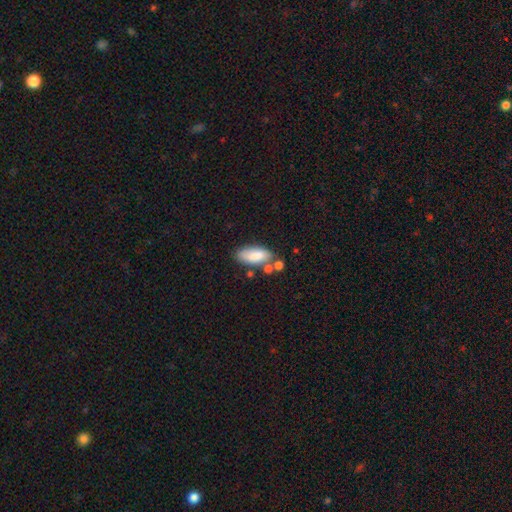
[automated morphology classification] smooth 82%, featured or disk 11%, star or artifact 7%. Down the decision tree: how rounded — in between (83%); merging — none (57%).